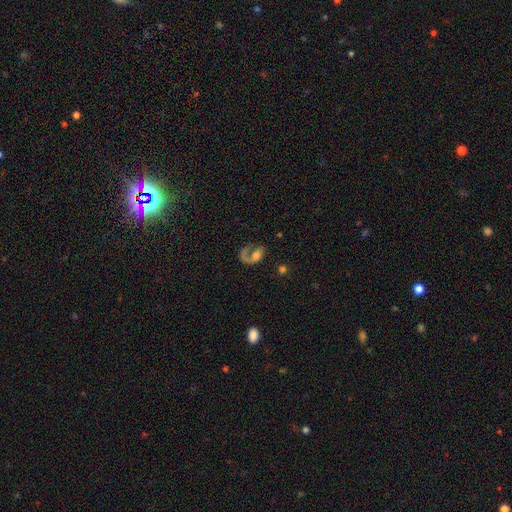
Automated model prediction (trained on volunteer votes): Overall: featured or disk (58%; smooth 26%). Edge-on disk: no (96%). Bar: no (71%). Spiral arms: yes (71%). Bulge size: moderate (35%; small 21%). Merging: none (38%; major disturbance 36%).